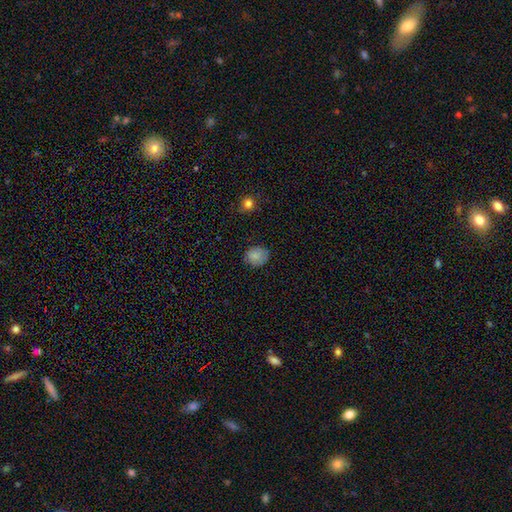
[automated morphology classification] smooth_or_featured: smooth (p=0.84) [alt: star or artifact p=0.09]
how_rounded: round (p=0.65) [alt: in between p=0.35]
merging: none (p=0.77) [alt: minor disturbance p=0.19]